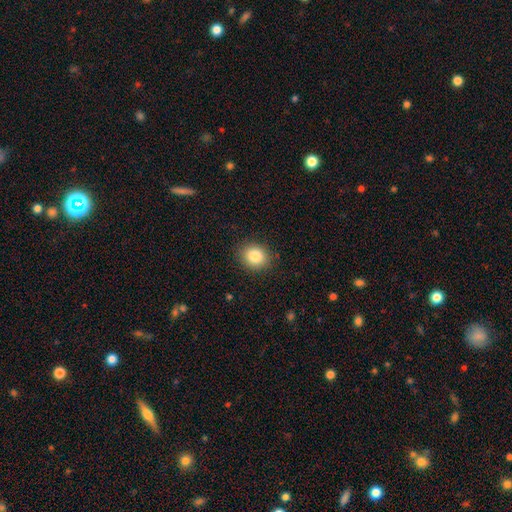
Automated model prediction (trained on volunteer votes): A smooth galaxy with no disk features (85%) that is round (72%).

Vote fractions:
- Smooth or featured? smooth: 85% / star or artifact: 9% / featured or disk: 6%
- How rounded? round: 72% / in between: 27% / cigar-shaped: 1%
- Merging? none: 88% / minor disturbance: 8% / major disturbance: 2% / merger: 1%